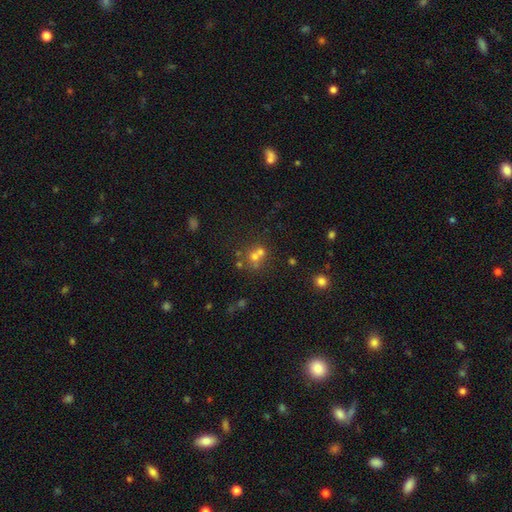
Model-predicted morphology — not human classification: smooth 53%, star or artifact 25%, featured or disk 22%. Down the decision tree: how rounded — round (81%); merging — merger (47%).